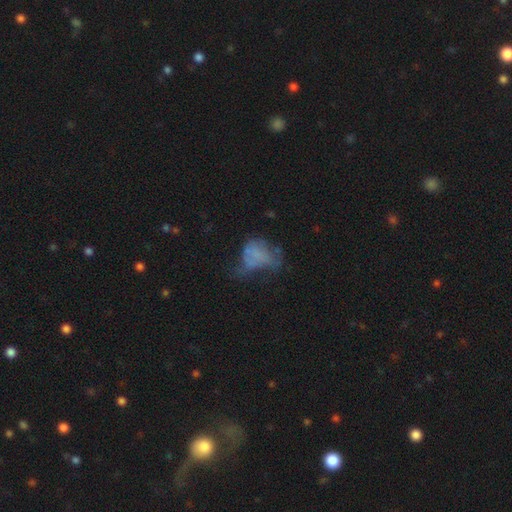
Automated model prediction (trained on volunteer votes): Smooth or featured? Predicted: smooth (p=0.48). Merging? Predicted: major disturbance (p=0.47).